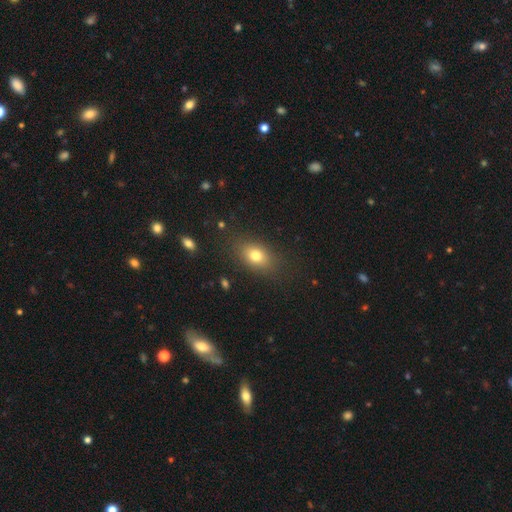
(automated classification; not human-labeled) Smooth or featured? smooth (77%)
How rounded? in between (77%)
Merging? none (82%)